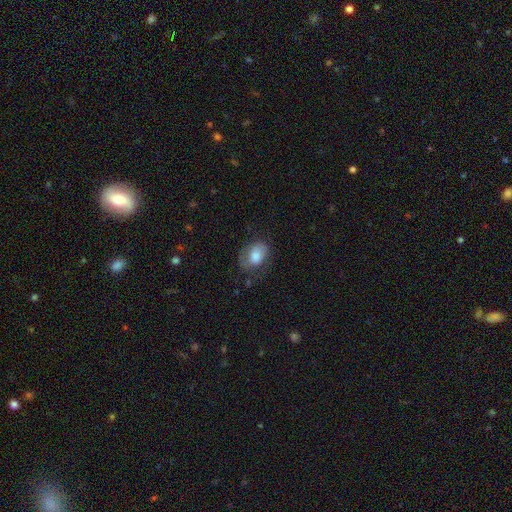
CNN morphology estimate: smooth 70%, featured or disk 22%, star or artifact 8%. Down the decision tree: how rounded — in between (74%); merging — none (53%).